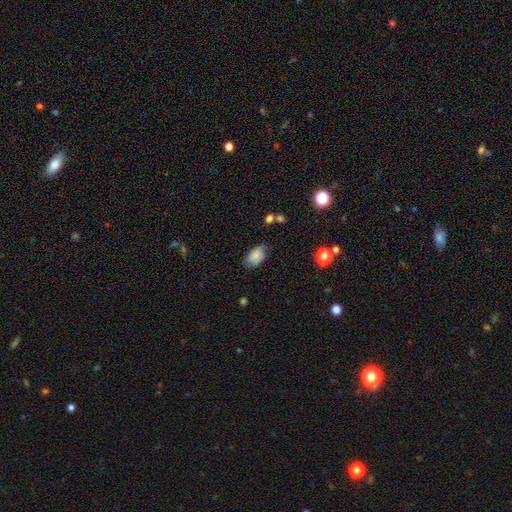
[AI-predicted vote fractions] A smooth galaxy with no disk features (77%) that is in between round and cigar-shaped (91%). Merging: none (71%).